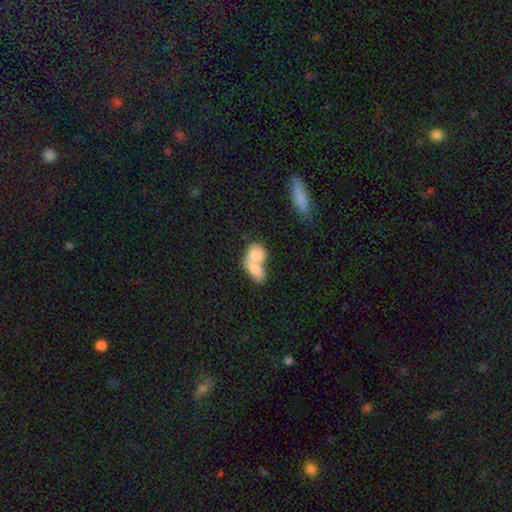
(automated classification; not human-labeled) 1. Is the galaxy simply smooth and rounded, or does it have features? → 75% smooth, 18% featured or disk, 6% star or artifact.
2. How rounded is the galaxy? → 78% in between, 18% round, 4% cigar-shaped.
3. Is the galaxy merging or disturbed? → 78% merger, 13% none, 5% minor disturbance, 4% major disturbance.